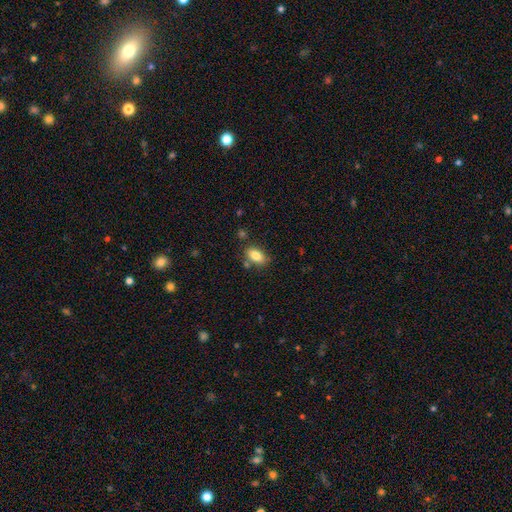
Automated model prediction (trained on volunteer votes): Q: Smooth or featured?
A: smooth (82%); runner-up: featured or disk (9%)
Q: How rounded?
A: in between (89%); runner-up: round (8%)
Q: Merging?
A: none (74%); runner-up: minor disturbance (14%)